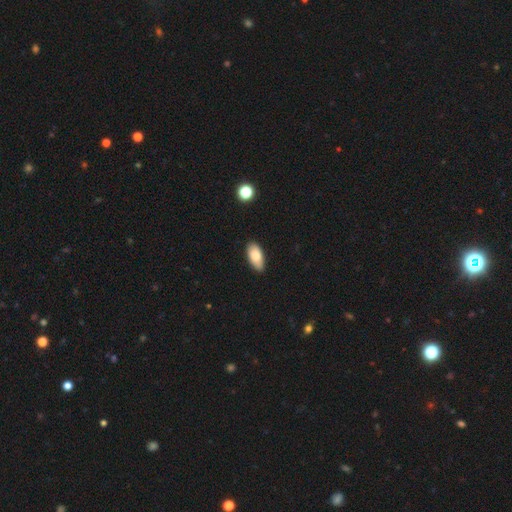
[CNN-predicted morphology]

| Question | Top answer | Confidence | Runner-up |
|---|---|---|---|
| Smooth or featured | smooth | 82% | featured or disk (11%) |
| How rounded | in between | 91% | cigar-shaped (6%) |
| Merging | none | 82% | minor disturbance (14%) |